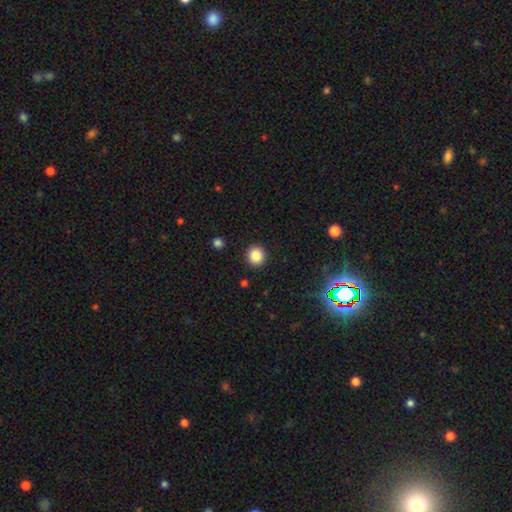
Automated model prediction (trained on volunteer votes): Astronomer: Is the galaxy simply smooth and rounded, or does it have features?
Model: smooth — 85%.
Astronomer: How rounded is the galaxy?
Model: round — 91%.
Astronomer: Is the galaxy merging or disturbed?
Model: none — 92%.